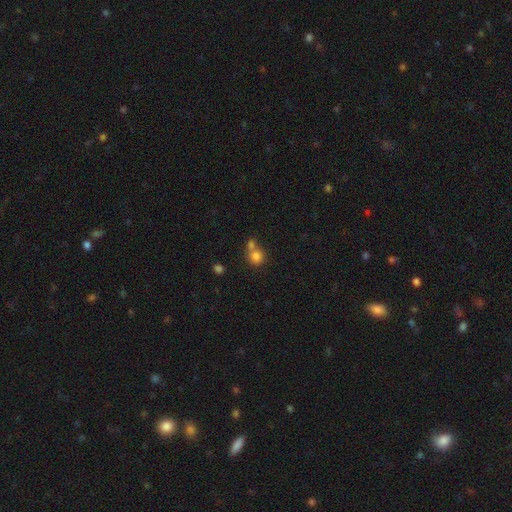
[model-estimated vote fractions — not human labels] Smooth or featured? smooth (80%)
How rounded? round (86%)
Merging? none (45%)